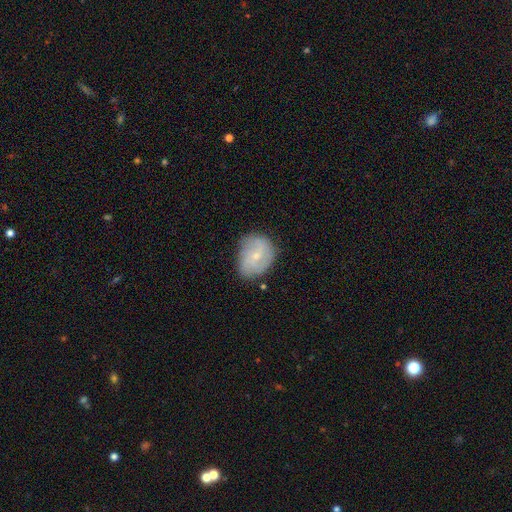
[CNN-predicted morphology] featured or disk 53%, smooth 39%, star or artifact 8%. Down the decision tree: edge-on disk — no (97%); bar — no (57%); spiral arms — yes (73%); bulge size — small (74%); merging — none (62%).